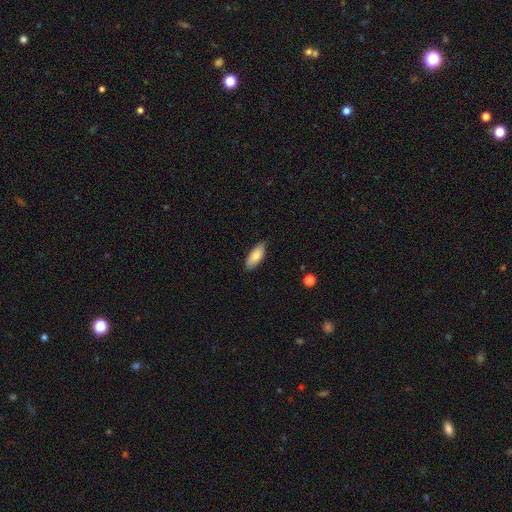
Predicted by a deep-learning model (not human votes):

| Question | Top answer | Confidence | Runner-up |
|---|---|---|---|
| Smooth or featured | smooth | 79% | featured or disk (15%) |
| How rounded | in between | 82% | cigar-shaped (16%) |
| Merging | none | 83% | minor disturbance (14%) |